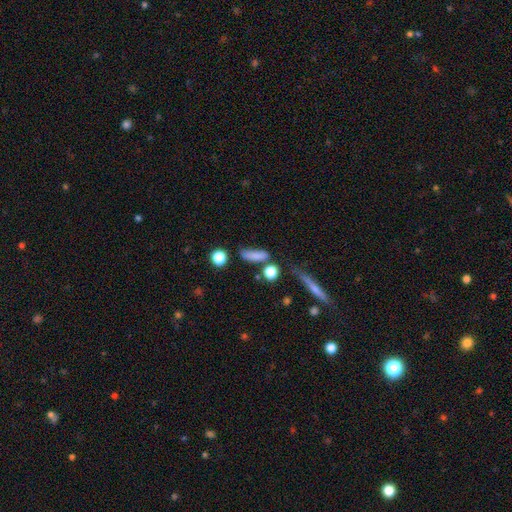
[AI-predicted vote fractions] Smooth or featured: smooth — 80% (star or artifact — 10%)
How rounded: cigar-shaped — 46% (in between — 44%)
Merging: none — 59% (minor disturbance — 20%)